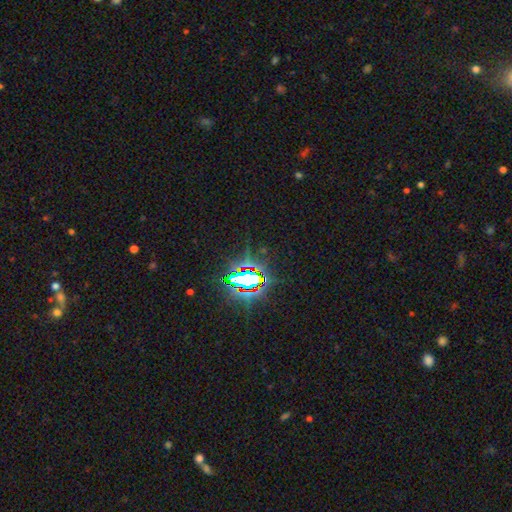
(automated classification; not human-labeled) Smooth or featured? star or artifact (82%)